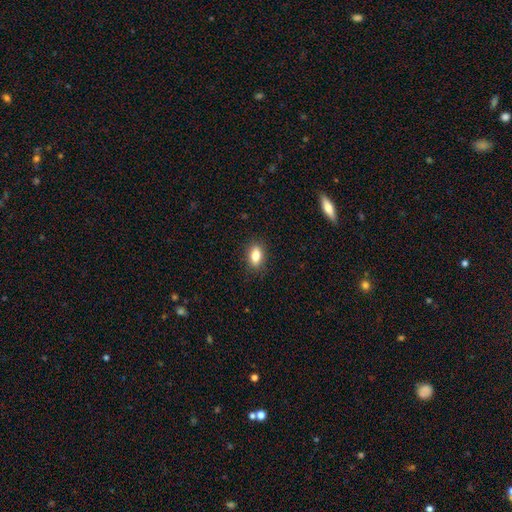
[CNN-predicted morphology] A smooth galaxy with no disk features (82%) that is in between round and cigar-shaped (84%).

Vote fractions:
- Smooth or featured? smooth: 82% / featured or disk: 9% / star or artifact: 9%
- How rounded? in between: 84% / round: 11% / cigar-shaped: 5%
- Merging? none: 88% / minor disturbance: 9% / major disturbance: 2% / merger: 1%